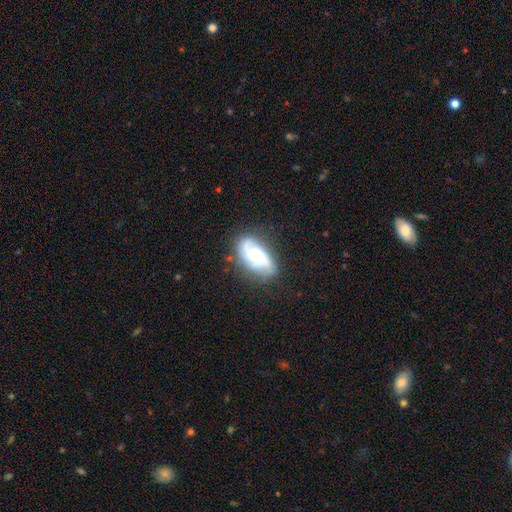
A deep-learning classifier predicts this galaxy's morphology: Smooth or featured? Predicted: featured or disk (p=0.66). Edge-on disk? Predicted: no (p=0.95). Bar? Predicted: no (p=0.69). Spiral arms? Predicted: yes (p=0.90). Spiral winding? Predicted: medium (p=0.43). Spiral arm count? Predicted: 2 (p=0.57). Bulge size? Predicted: moderate (p=0.50). Merging? Predicted: none (p=0.69).